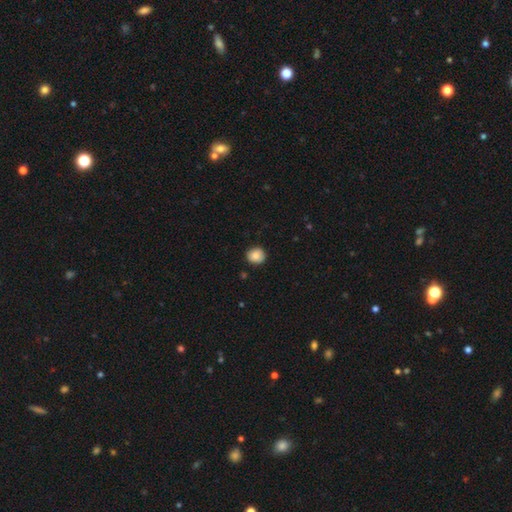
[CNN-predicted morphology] The model was most divided on "how rounded": round: 85%, in between: 14%, cigar-shaped: 1%. More confident: merging — none (88%); smooth or featured — smooth (85%).